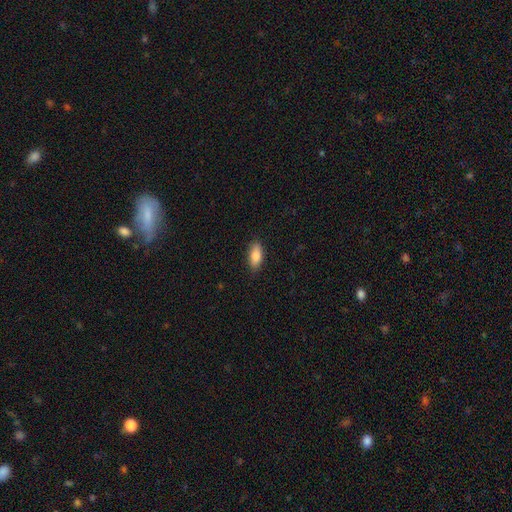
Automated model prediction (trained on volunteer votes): Smooth or featured? smooth (84%)
How rounded? in between (82%)
Merging? none (86%)